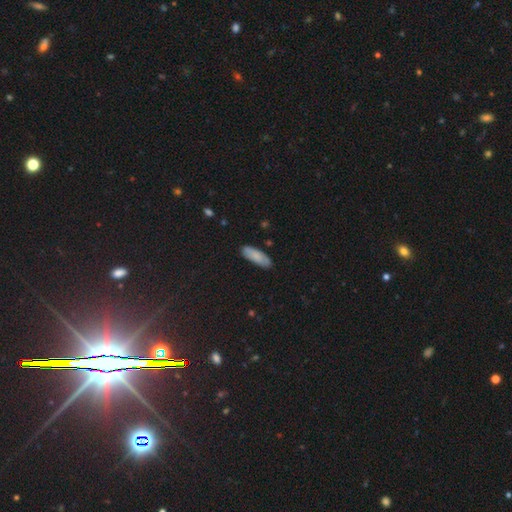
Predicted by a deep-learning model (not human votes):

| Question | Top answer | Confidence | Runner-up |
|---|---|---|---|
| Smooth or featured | smooth | 81% | featured or disk (13%) |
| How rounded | in between | 64% | cigar-shaped (34%) |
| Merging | none | 84% | minor disturbance (12%) |